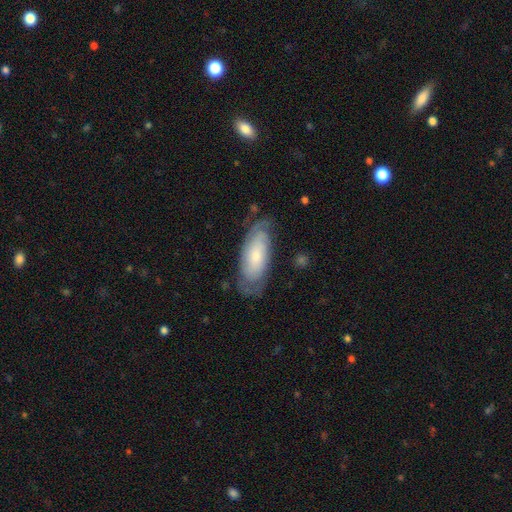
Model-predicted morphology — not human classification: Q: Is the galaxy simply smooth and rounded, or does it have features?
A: featured or disk — 55%.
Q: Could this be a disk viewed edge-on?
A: no — 86%.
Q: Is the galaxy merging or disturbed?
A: none — 70%.